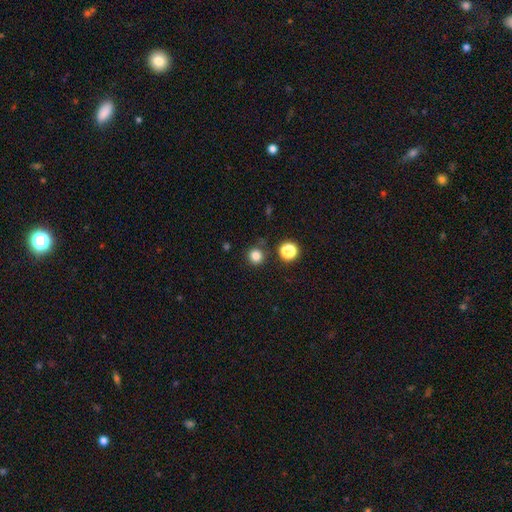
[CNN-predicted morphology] A smooth galaxy with no disk features (81%) that is round (92%). Merging: none (85%).